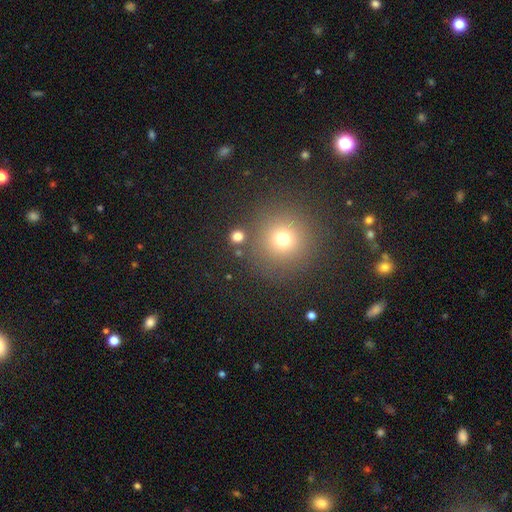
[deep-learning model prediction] smooth-or-featured: smooth: 59% | star or artifact: 33% | featured or disk: 8%
  how-rounded: round: 95% | in between: 4% | cigar-shaped: 1%
  merging: none: 89% | minor disturbance: 5% | merger: 3% | major disturbance: 3%